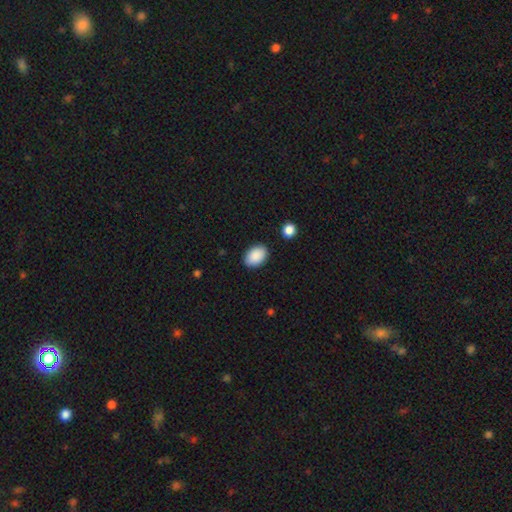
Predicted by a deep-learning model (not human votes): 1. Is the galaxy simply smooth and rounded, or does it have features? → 90% smooth, 7% star or artifact, 3% featured or disk.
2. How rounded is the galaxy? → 86% in between, 13% round, 1% cigar-shaped.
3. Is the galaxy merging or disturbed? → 87% none, 9% minor disturbance, 2% major disturbance, 2% merger.